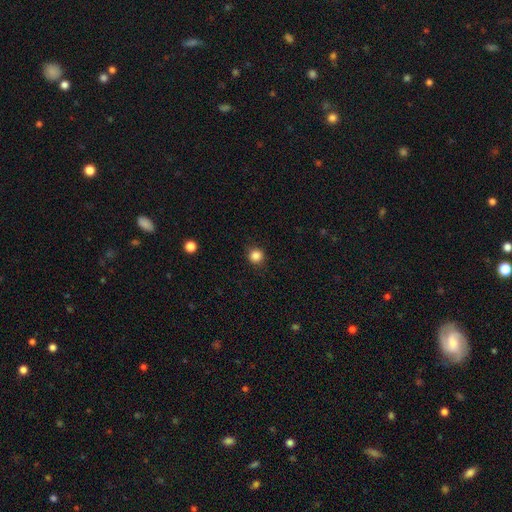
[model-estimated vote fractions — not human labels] A smooth galaxy with no disk features (85%) that is round (92%). Merging: none (89%).